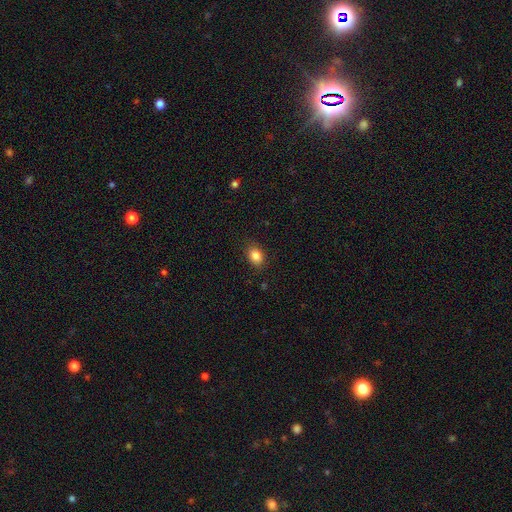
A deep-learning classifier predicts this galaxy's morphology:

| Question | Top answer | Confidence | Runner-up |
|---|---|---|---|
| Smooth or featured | smooth | 85% | star or artifact (10%) |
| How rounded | in between | 69% | round (29%) |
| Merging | none | 86% | minor disturbance (11%) |